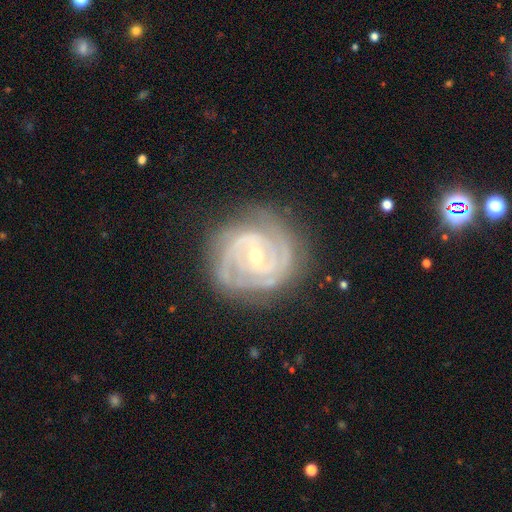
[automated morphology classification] Smooth or featured? Predicted: featured or disk (p=0.90). Edge-on disk? Predicted: no (p=0.97). Bar? Predicted: weak (p=0.48). Spiral arms? Predicted: yes (p=0.98). Spiral winding? Predicted: tight (p=0.73). Spiral arm count? Predicted: 2 (p=0.39). Bulge size? Predicted: small (p=0.56). Merging? Predicted: none (p=0.77).